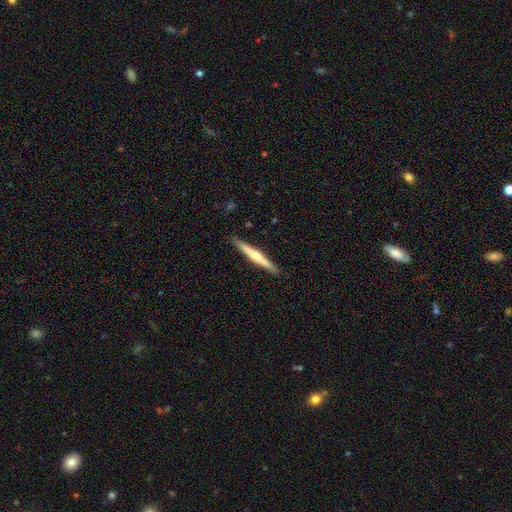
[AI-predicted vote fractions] smooth-or-featured: featured or disk: 57% | smooth: 38% | star or artifact: 5%
  disk-edge-on: yes: 98% | no: 2%
    edge-on-bulge: rounded: 66% | none: 26% | boxy: 8%
  merging: none: 91% | minor disturbance: 7% | major disturbance: 1% | merger: 1%